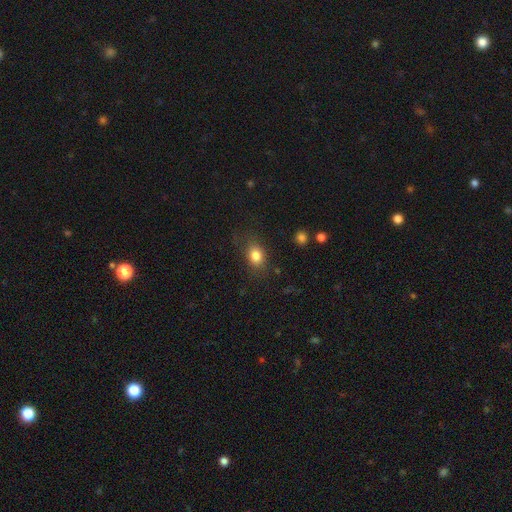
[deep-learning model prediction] Overall: smooth (82%). How rounded: in between (67%; round 32%). Merging: none (77%).